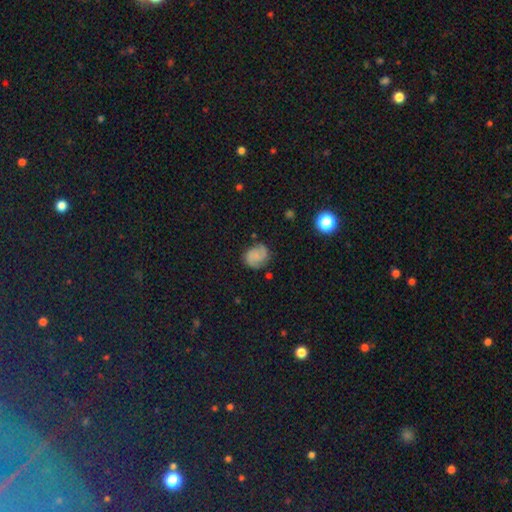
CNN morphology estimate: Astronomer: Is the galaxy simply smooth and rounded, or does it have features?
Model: smooth — 46% (runner-up: featured or disk, 43%).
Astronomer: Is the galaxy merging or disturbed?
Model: none — 74%.